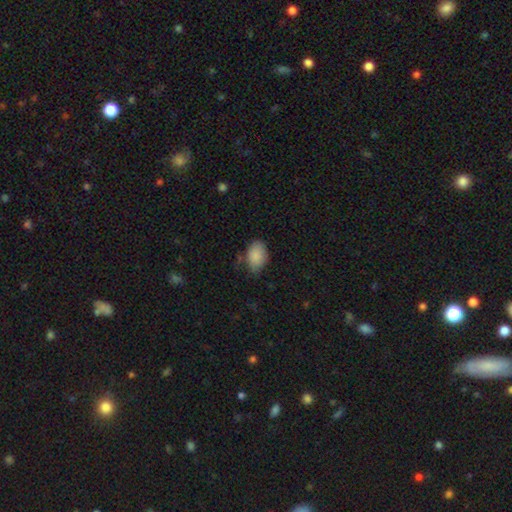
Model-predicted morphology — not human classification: Smooth or featured? smooth (88%)
How rounded? in between (87%)
Merging? none (66%)